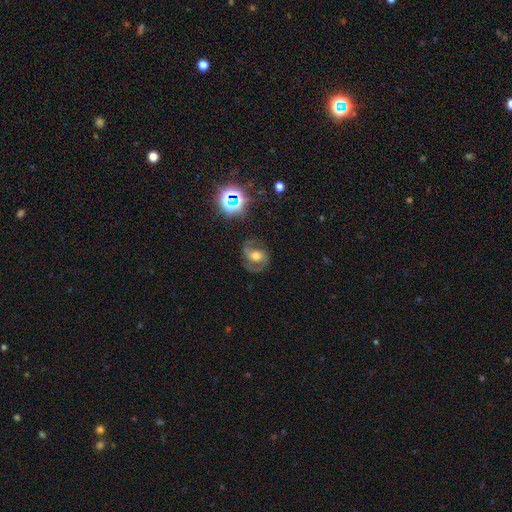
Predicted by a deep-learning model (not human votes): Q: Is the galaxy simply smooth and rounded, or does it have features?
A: featured or disk — 73%.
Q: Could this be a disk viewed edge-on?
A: no — 97%.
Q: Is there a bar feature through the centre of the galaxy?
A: no — 44%.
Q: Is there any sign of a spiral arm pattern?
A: yes — 93%.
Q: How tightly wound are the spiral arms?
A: medium — 55%.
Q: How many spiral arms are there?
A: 2 — 86%.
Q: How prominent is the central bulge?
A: moderate — 70%.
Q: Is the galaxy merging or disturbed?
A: none — 72%.